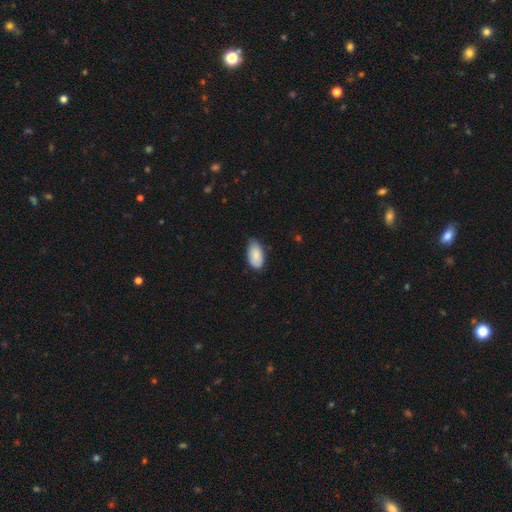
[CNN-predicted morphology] This is clearly a smooth galaxy (82%). How rounded: clearly in between (95%). Merging: likely none (62%).